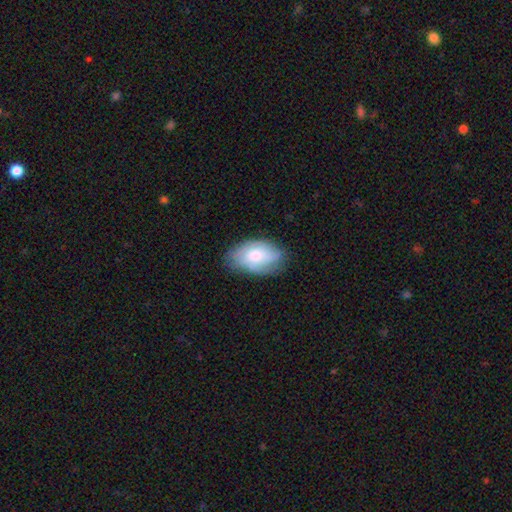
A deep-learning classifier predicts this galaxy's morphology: type=featured or disk (47%); merging=none (70%).